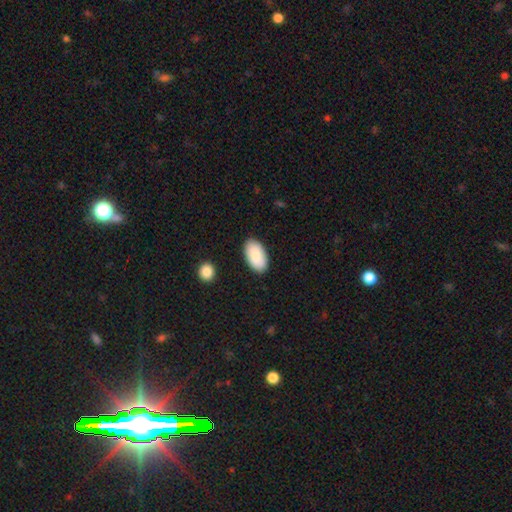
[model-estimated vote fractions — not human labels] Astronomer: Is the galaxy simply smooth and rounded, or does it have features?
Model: smooth — 89%.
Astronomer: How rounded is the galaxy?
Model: in between — 96%.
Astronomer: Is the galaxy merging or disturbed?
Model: none — 87%.